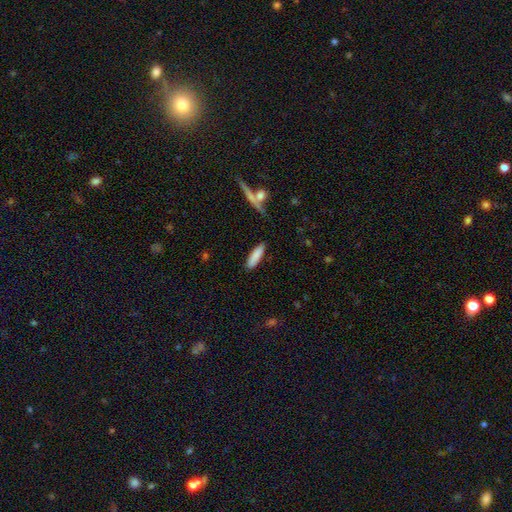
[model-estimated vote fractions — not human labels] Overall: smooth (85%). How rounded: cigar-shaped (61%; in between 37%). Merging: none (86%).